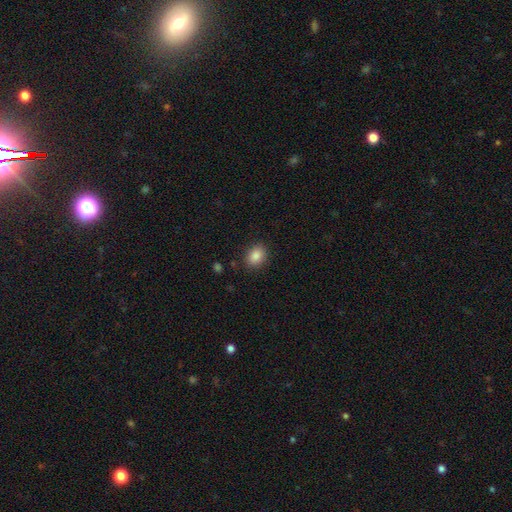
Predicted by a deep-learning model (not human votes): Morphology: type=smooth (87%); roundness=in between (59%); merging=none (87%).